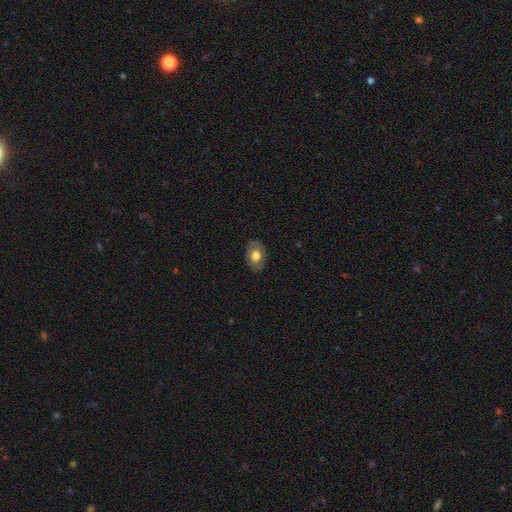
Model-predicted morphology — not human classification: Q: Smooth or featured?
A: smooth (64%); runner-up: featured or disk (29%)
Q: How rounded?
A: in between (82%); runner-up: round (17%)
Q: Merging?
A: none (81%); runner-up: minor disturbance (15%)